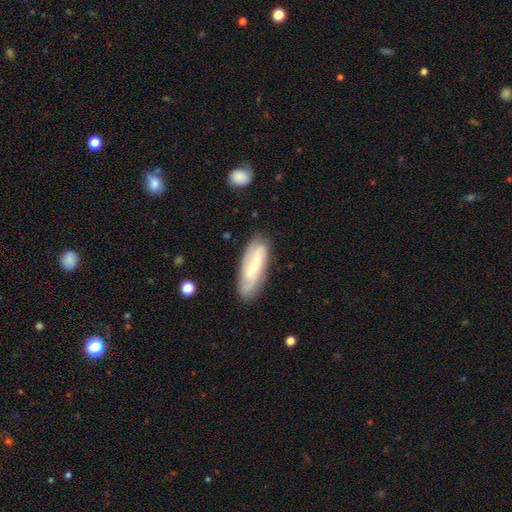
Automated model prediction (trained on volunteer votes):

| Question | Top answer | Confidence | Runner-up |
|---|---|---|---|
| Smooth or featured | featured or disk | 64% | smooth (30%) |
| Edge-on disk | no | 86% | yes (14%) |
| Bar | strong | 41% | weak (38%) |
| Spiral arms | yes | 87% | no (13%) |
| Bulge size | small | 58% | moderate (32%) |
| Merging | none | 80% | minor disturbance (15%) |